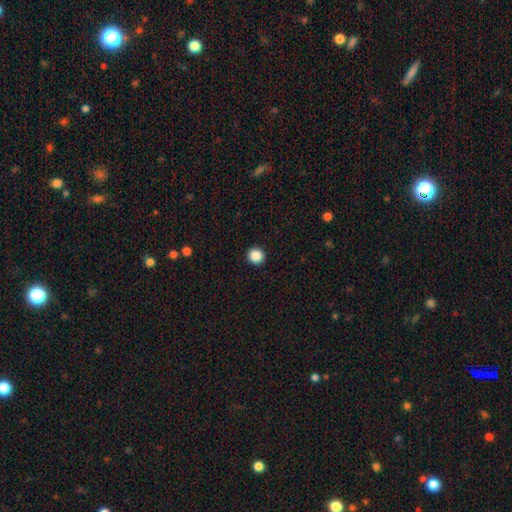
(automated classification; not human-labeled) Smooth or featured: smooth — 88% (star or artifact — 10%)
How rounded: round — 94% (in between — 5%)
Merging: none — 94% (minor disturbance — 4%)